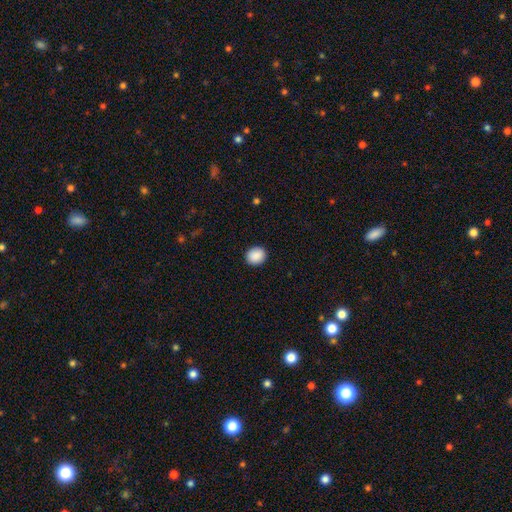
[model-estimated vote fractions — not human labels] smooth_or_featured: smooth (p=0.90) [alt: star or artifact p=0.08]
how_rounded: round (p=0.70) [alt: in between p=0.29]
merging: none (p=0.91) [alt: minor disturbance p=0.06]